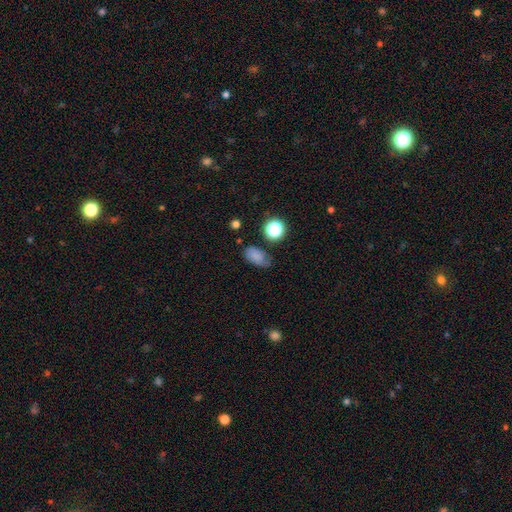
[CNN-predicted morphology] Smooth or featured? Predicted: smooth (p=0.75). How rounded? Predicted: in between (p=0.83). Merging? Predicted: none (p=0.62).